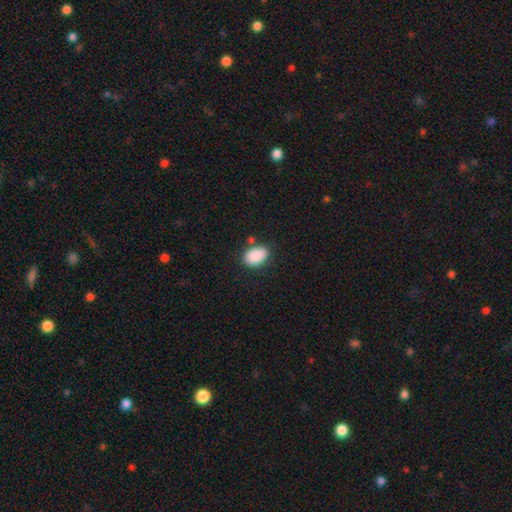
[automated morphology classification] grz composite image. It shows a smooth galaxy with no disk features (89%) that is in between round and cigar-shaped (84%). Merging: none (77%).